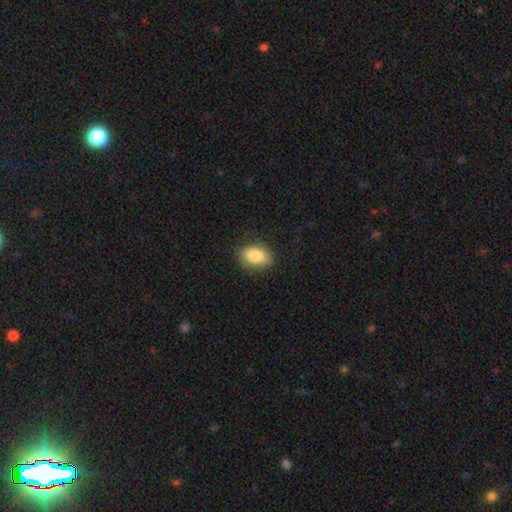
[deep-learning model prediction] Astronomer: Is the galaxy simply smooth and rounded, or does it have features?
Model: smooth — 84%.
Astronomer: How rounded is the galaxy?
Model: in between — 84%.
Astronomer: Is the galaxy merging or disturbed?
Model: none — 82%.